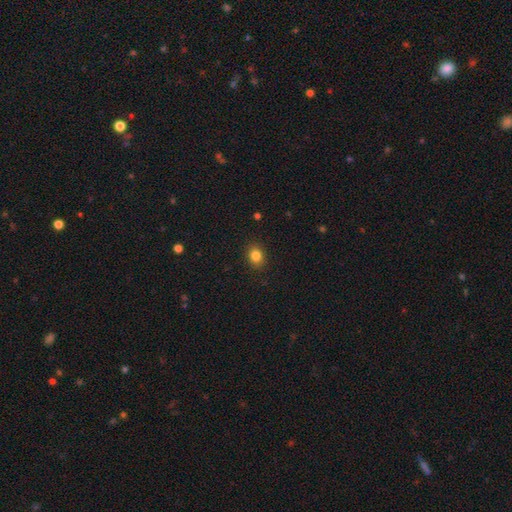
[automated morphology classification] Smooth or featured? smooth (84%)
How rounded? round (55%)
Merging? none (90%)